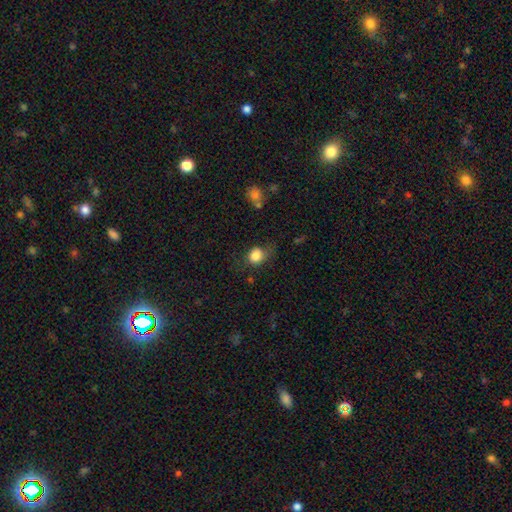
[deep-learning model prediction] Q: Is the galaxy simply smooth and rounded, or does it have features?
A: smooth — 82%.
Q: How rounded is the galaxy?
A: round — 63%.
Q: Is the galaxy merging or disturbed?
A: none — 57%.